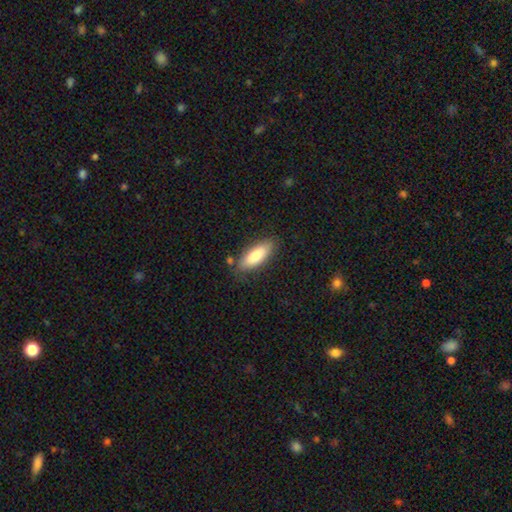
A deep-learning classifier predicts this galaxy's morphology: Q: Smooth or featured?
A: smooth (83%); runner-up: featured or disk (11%)
Q: How rounded?
A: in between (67%); runner-up: cigar-shaped (31%)
Q: Merging?
A: none (80%); runner-up: minor disturbance (13%)